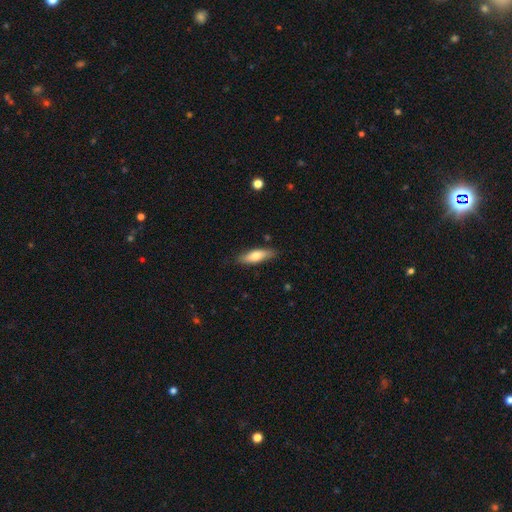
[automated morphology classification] This appears to be a smooth galaxy with no disk features (69%) that is in between round and cigar-shaped (54%). Merging: none (82%).